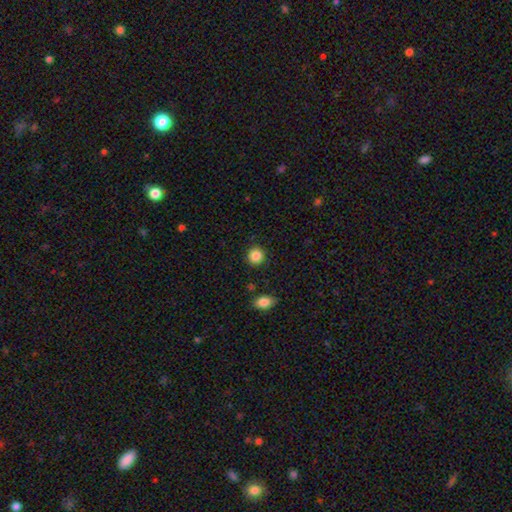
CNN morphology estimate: smooth 87%, star or artifact 9%, featured or disk 4%. Down the decision tree: how rounded — round (91%); merging — none (90%).